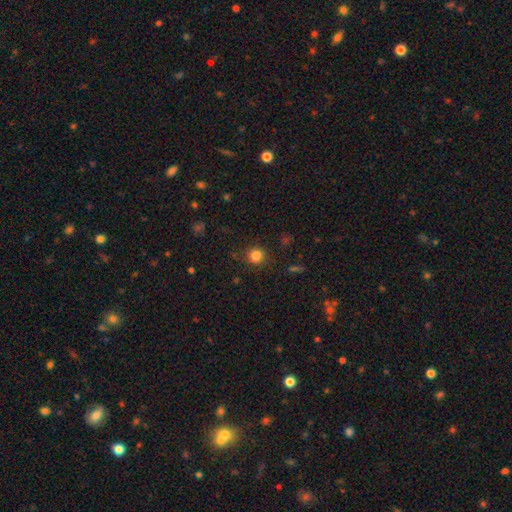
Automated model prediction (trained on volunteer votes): This is clearly a smooth galaxy (83%). How rounded: clearly round (90%). Merging: clearly none (84%).